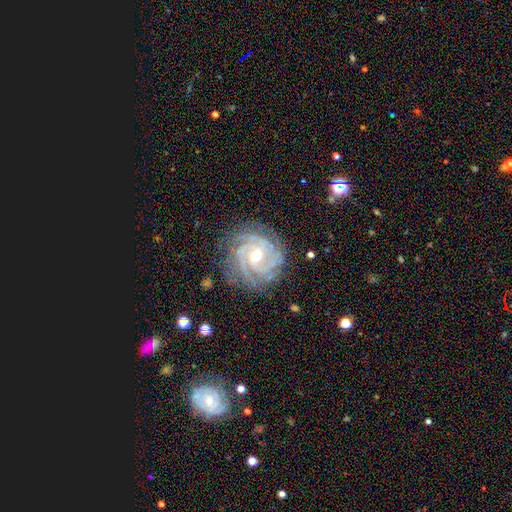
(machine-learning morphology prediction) smooth_or_featured: featured or disk (p=0.91) [alt: star or artifact p=0.05]
disk_edge_on: no (p=0.98) [alt: yes p=0.02]
bar: no (p=0.56) [alt: weak p=0.32]
has_spiral_arms: yes (p=0.99) [alt: no p=0.01]
spiral_winding: tight (p=0.78) [alt: medium p=0.20]
spiral_arm_count: 3 (p=0.28) [tied with: 4 p=0.28]
bulge_size: small (p=0.59) [alt: moderate p=0.38]
merging: none (p=0.80) [alt: minor disturbance p=0.14]